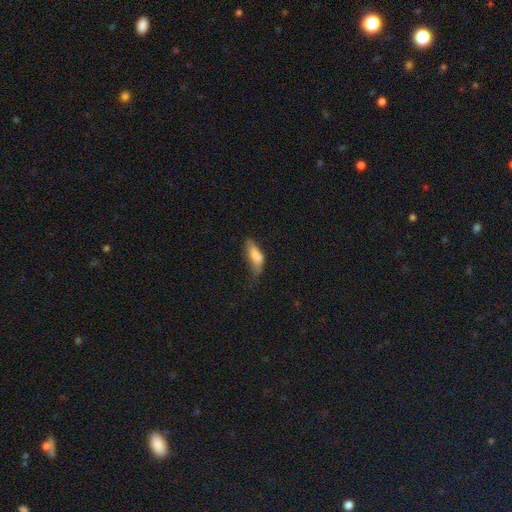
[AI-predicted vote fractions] Smooth or featured? Predicted: smooth (p=0.74). How rounded? Predicted: in between (p=0.72). Merging? Predicted: minor disturbance (p=0.35).